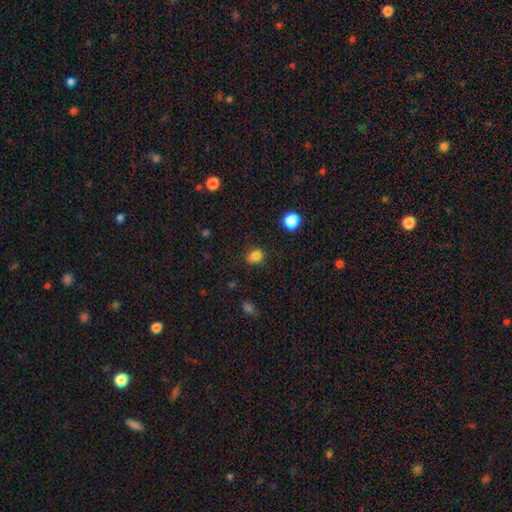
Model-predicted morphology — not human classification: This appears to be a smooth galaxy with no disk features (82%) that is round (58%). Merging: none (73%).